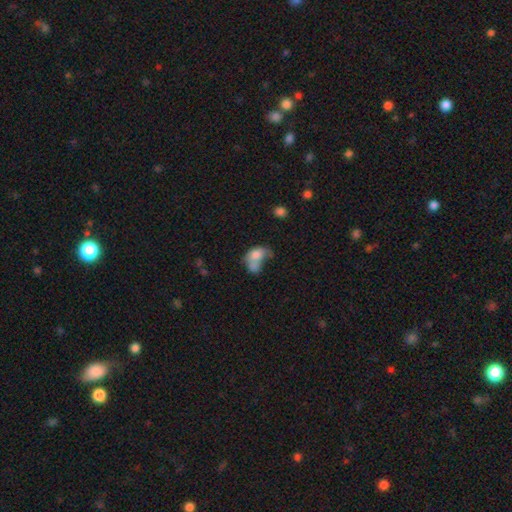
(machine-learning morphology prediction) smooth-or-featured: smooth: 72% | featured or disk: 19% | star or artifact: 9%
  how-rounded: in between: 77% | round: 22% | cigar-shaped: 2%
  merging: merger: 55% | none: 16% | major disturbance: 16% | minor disturbance: 13%